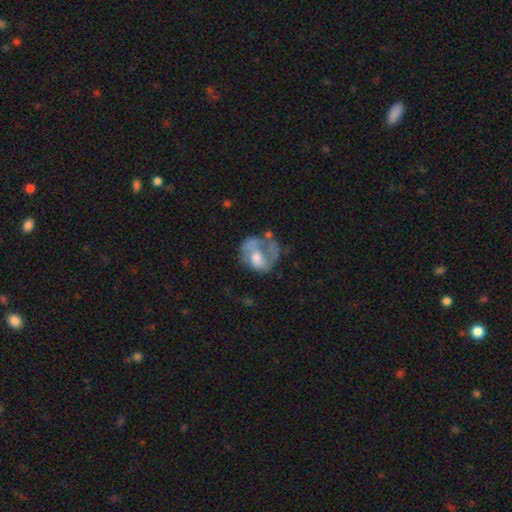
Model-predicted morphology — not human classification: Smooth or featured? featured or disk (55%)
Edge-on disk? no (97%)
Bar? no (69%)
Spiral arms? no (58%)
Bulge size? moderate (55%)
Merging? major disturbance (36%)